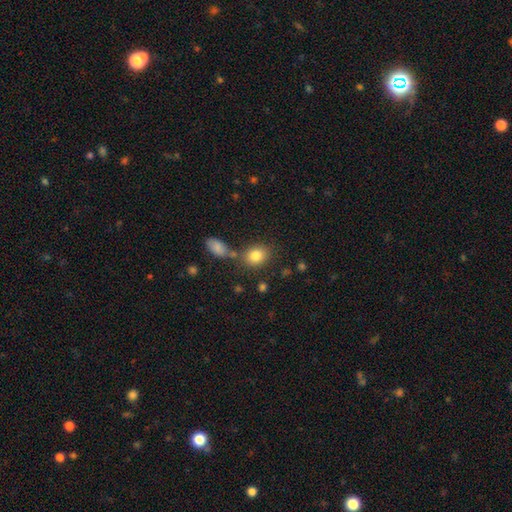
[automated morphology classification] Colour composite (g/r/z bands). It shows a smooth galaxy with no disk features (82%) that is in between round and cigar-shaped (53%). Merging: none (71%).